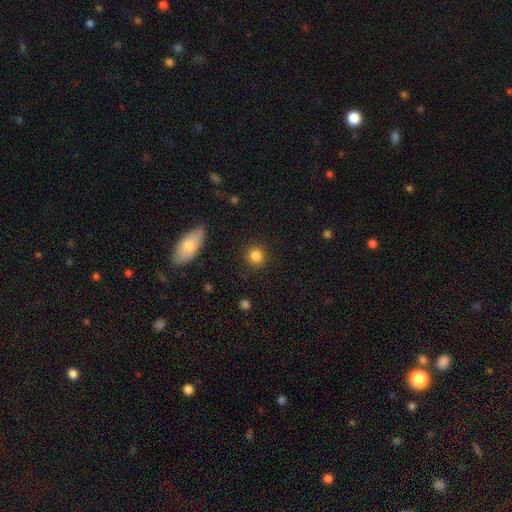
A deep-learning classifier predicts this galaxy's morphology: A smooth galaxy with no disk features (85%) that is round (92%).

Vote fractions:
- Smooth or featured? smooth: 85% / star or artifact: 10% / featured or disk: 5%
- How rounded? round: 92% / in between: 7% / cigar-shaped: 1%
- Merging? none: 90% / minor disturbance: 6% / major disturbance: 2% / merger: 1%